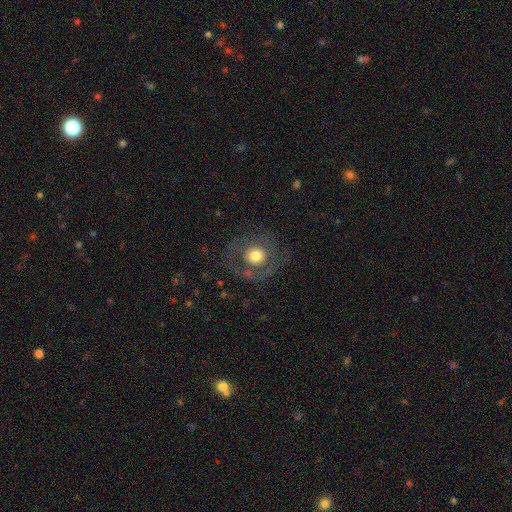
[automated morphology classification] A smooth galaxy with no disk features (51%) that is round (86%). Merging: none (72%).